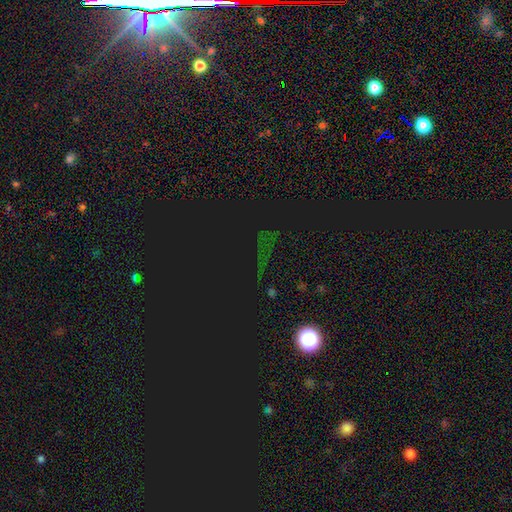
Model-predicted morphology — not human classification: Smooth or featured? Predicted: star or artifact (p=0.77).